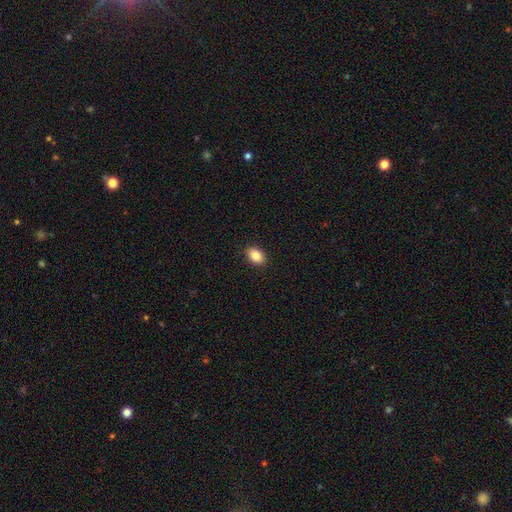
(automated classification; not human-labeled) Smooth or featured: smooth — 86% (star or artifact — 8%)
How rounded: in between — 77% (round — 22%)
Merging: none — 90% (minor disturbance — 7%)